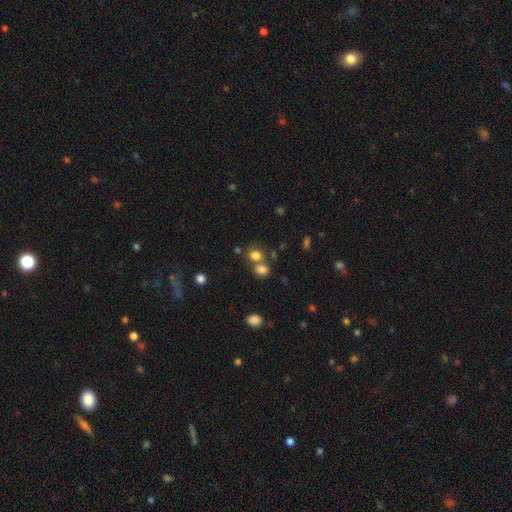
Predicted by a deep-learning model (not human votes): Overall: smooth (78%). How rounded: round (64%; in between 35%). Merging: none (50%; merger 37%).